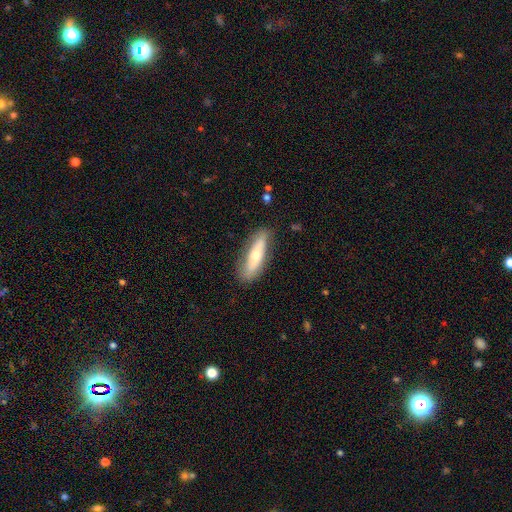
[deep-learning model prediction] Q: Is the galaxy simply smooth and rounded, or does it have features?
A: smooth — 55%.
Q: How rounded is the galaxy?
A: cigar-shaped — 57%.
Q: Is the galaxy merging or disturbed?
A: none — 81%.